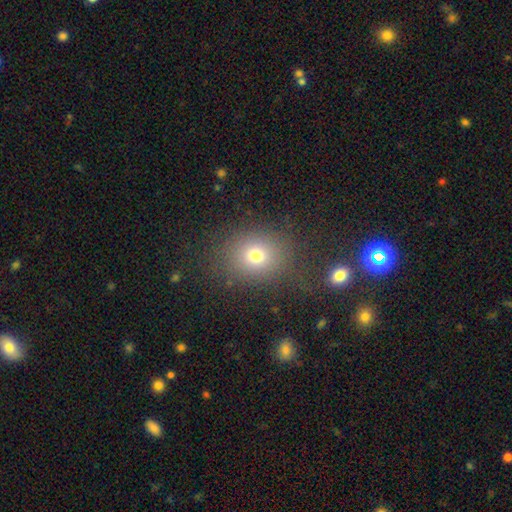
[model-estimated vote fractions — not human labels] A smooth galaxy with no disk features (72%) that is round (65%). Merging: none (78%).